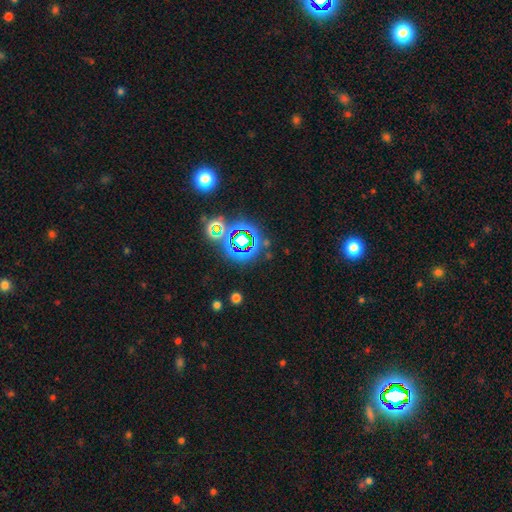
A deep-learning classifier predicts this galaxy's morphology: type=star or artifact (45%).